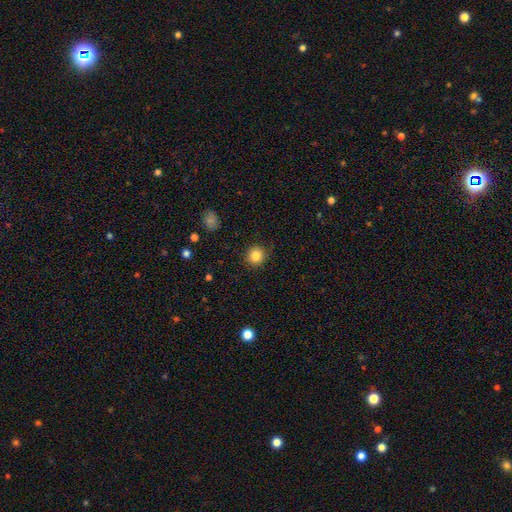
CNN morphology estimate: smooth_or_featured: smooth (p=0.85) [alt: star or artifact p=0.10]
how_rounded: round (p=0.92) [alt: in between p=0.07]
merging: none (p=0.90) [alt: minor disturbance p=0.07]